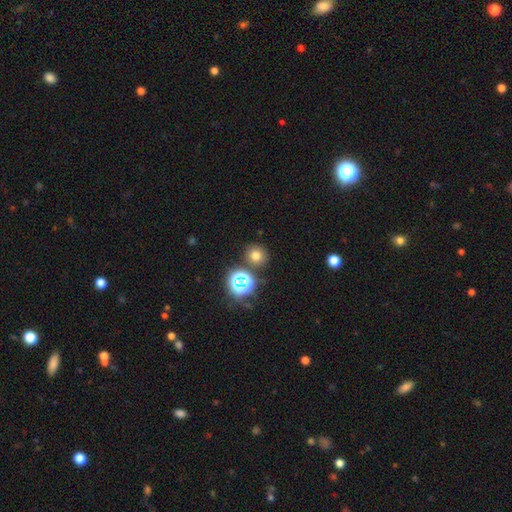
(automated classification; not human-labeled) Morphology: type=smooth (68%); roundness=round (85%); merging=none (81%).